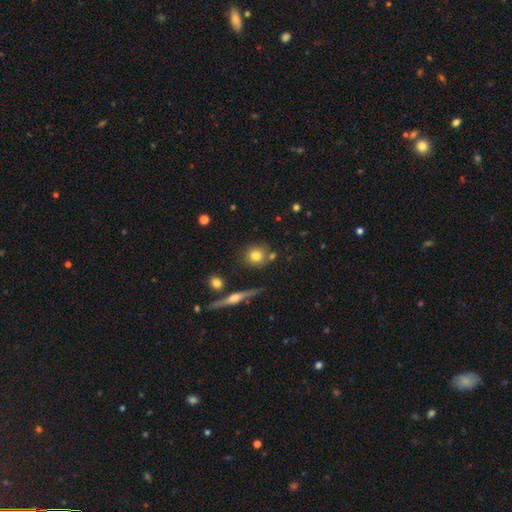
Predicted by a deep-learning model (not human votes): A smooth galaxy with no disk features (76%) that is round (85%).

Vote fractions:
- Smooth or featured? smooth: 76% / featured or disk: 13% / star or artifact: 10%
- How rounded? round: 85% / in between: 12% / cigar-shaped: 2%
- Merging? none: 76% / minor disturbance: 11% / merger: 10% / major disturbance: 3%